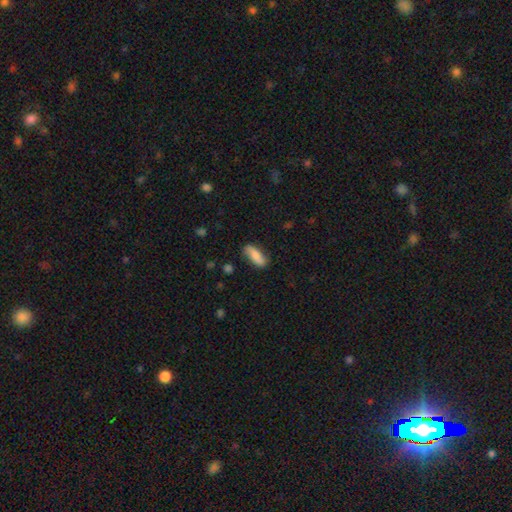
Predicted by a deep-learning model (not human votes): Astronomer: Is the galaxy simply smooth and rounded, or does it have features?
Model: smooth — 76%.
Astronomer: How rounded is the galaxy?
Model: in between — 70%.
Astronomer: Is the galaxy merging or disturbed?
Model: none — 77%.